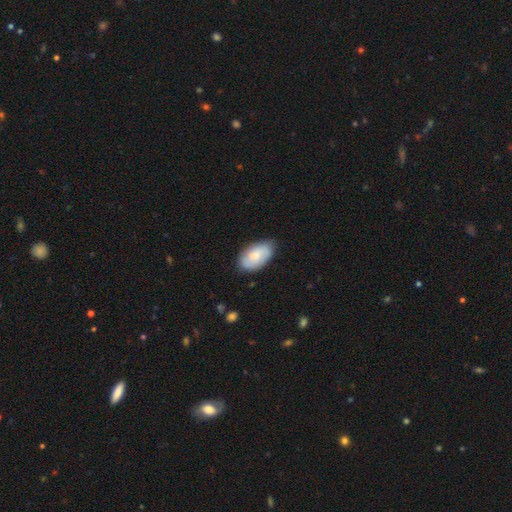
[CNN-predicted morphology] Smooth or featured? smooth (71%)
How rounded? in between (94%)
Merging? none (74%)